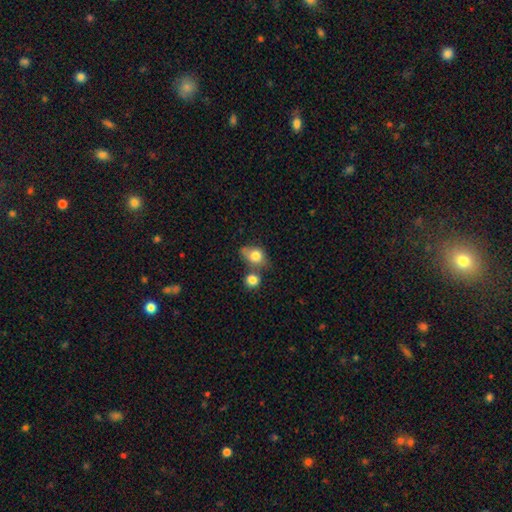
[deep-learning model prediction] This is likely a smooth galaxy (78%). How rounded: possibly in between (53%). Merging: marginally none (38%).